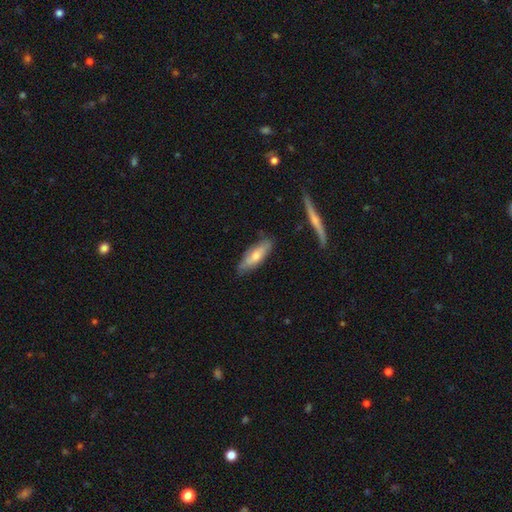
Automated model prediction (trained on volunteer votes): The model was most divided on "how rounded": in between: 52%, cigar-shaped: 46%, round: 2%. More confident: merging — none (77%); smooth or featured — smooth (62%).